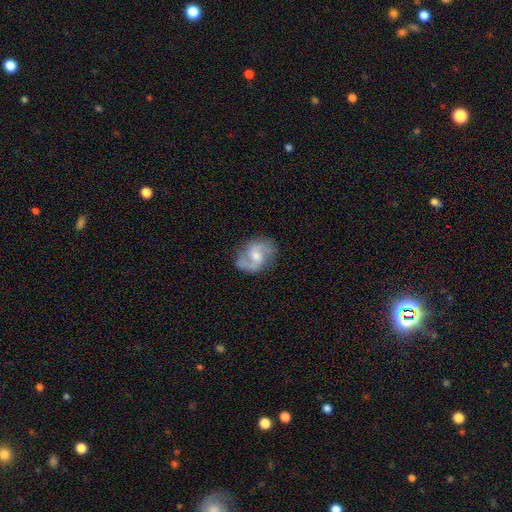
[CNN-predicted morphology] The model was most divided on "bar": weak: 48%, no: 44%, strong: 8%. More confident: edge-on disk — no (98%); spiral arms — yes (96%); spiral arm count — 2 (92%); smooth or featured — featured or disk (84%); merging — none (78%); spiral winding — medium (54%); bulge size — moderate (52%).